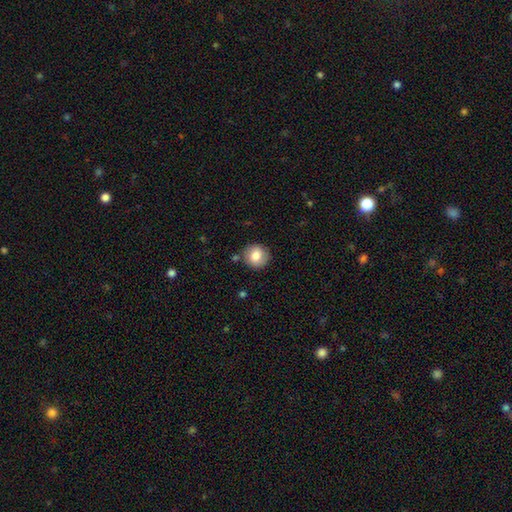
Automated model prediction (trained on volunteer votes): Morphology: type=smooth (80%); roundness=round (91%); merging=none (84%).